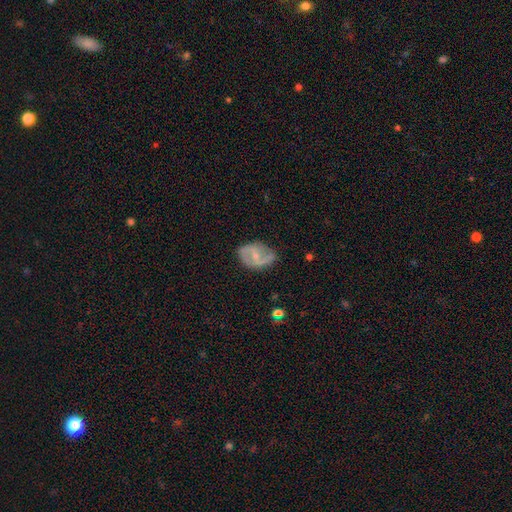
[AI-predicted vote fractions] A featured or disk galaxy (72%) with a weak bar (48%), 2 (81%) medium (43%) spiral arms (83%) and a small central bulge (63%).

Vote fractions:
- Smooth or featured? featured or disk: 72% / smooth: 21% / star or artifact: 6%
- Edge-on disk? no: 97% / yes: 3%
- Bar? weak: 48% / no: 29% / strong: 23%
- Spiral arms? yes: 83% / no: 17%
- Spiral winding? medium: 43% / loose: 38% / tight: 19%
- Spiral arm count? 2: 81% / can't tell: 10% / 1: 5% / 3: 2% / 4: 1% / more than 4: 1%
- Bulge size? small: 63% / moderate: 30% / none: 5% / large: 1% / dominant: 1%
- Merging? none: 66% / minor disturbance: 24% / major disturbance: 8% / merger: 2%